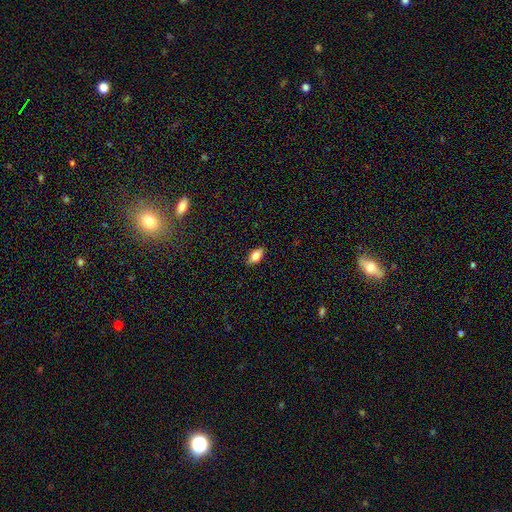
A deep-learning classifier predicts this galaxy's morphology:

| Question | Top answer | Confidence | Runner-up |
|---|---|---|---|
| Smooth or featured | smooth | 78% | featured or disk (15%) |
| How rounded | in between | 87% | cigar-shaped (9%) |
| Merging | none | 87% | minor disturbance (10%) |